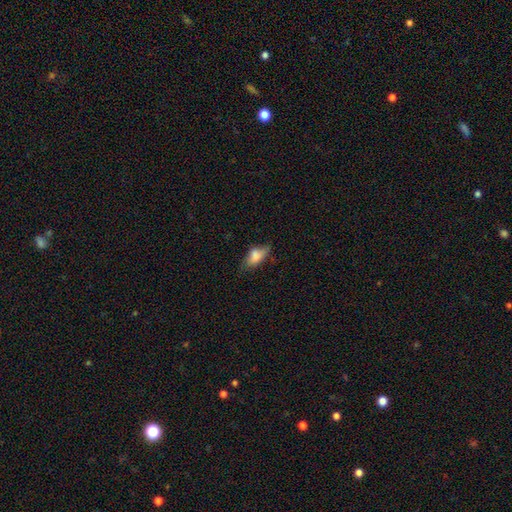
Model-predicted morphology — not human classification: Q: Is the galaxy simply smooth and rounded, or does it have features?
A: smooth — 75%.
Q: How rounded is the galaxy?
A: in between — 84%.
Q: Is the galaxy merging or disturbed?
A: none — 56%.